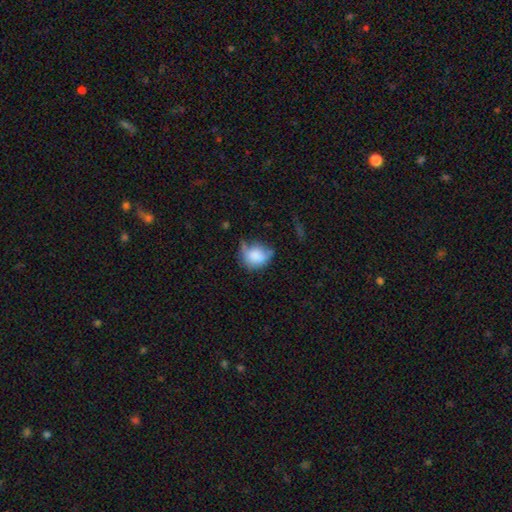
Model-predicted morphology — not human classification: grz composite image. It shows a smooth galaxy with no disk features (79%) that is round (62%). Merging: none (40%).